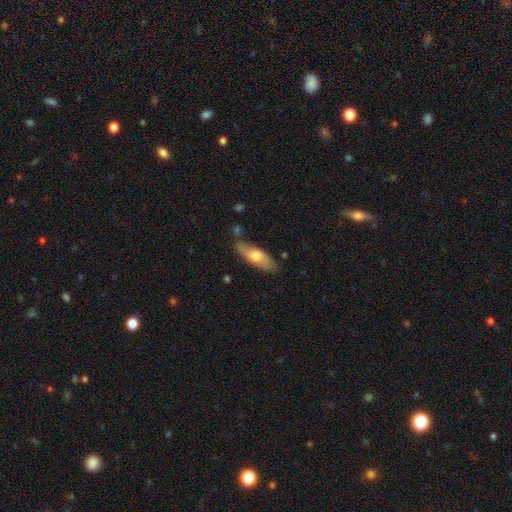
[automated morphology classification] Smooth or featured: smooth — 64% (featured or disk — 30%)
How rounded: in between — 58% (cigar-shaped — 40%)
Merging: none — 74% (minor disturbance — 18%)